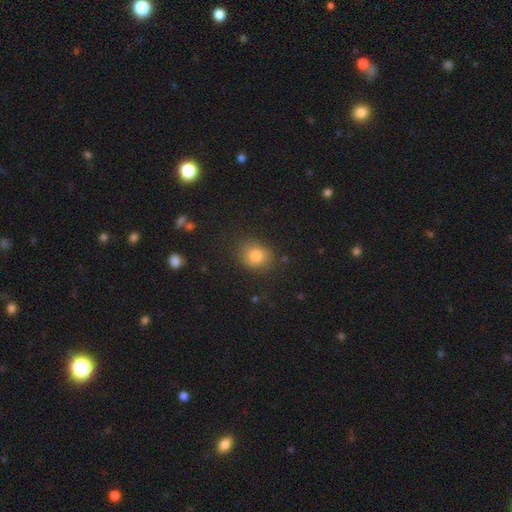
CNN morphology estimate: Smooth or featured: smooth — 81% (star or artifact — 12%)
How rounded: round — 65% (in between — 34%)
Merging: none — 81% (minor disturbance — 13%)